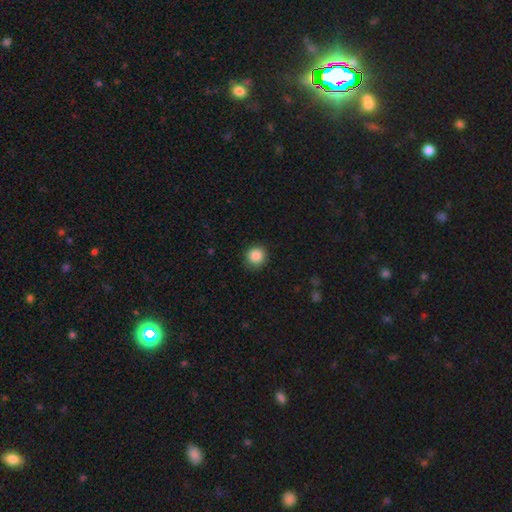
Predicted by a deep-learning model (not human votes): smooth 87%, star or artifact 10%, featured or disk 4%. Down the decision tree: how rounded — round (92%); merging — none (89%).